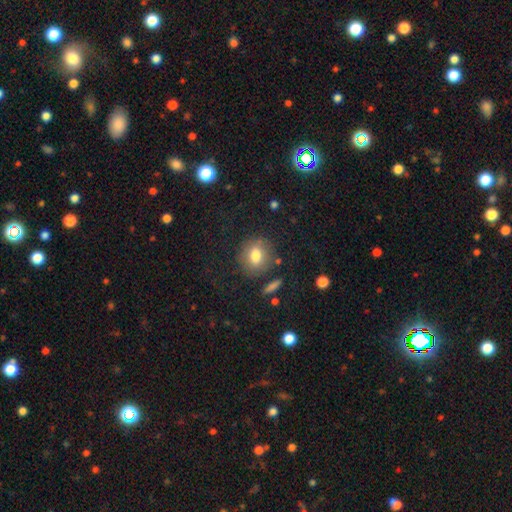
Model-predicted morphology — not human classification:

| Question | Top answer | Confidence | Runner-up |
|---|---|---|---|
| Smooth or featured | smooth | 76% | featured or disk (14%) |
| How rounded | round | 65% | in between (33%) |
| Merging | none | 78% | minor disturbance (13%) |